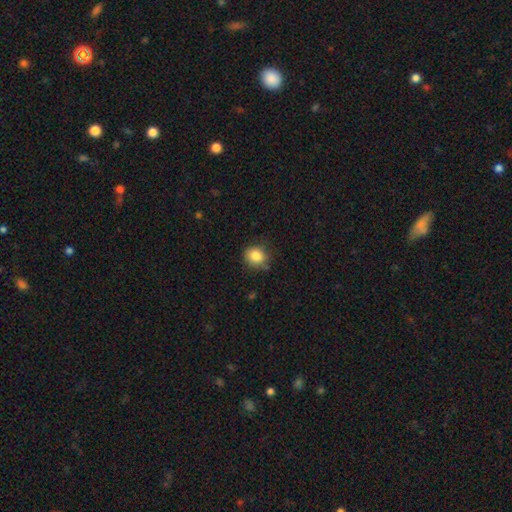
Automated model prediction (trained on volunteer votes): Smooth or featured?
  - smooth: 85% *
  - star or artifact: 10%
  - featured or disk: 5%
How rounded?
  - round: 76% *
  - in between: 23%
  - cigar-shaped: 1%
Merging?
  - none: 78% *
  - minor disturbance: 16%
  - major disturbance: 3%
  - merger: 2%